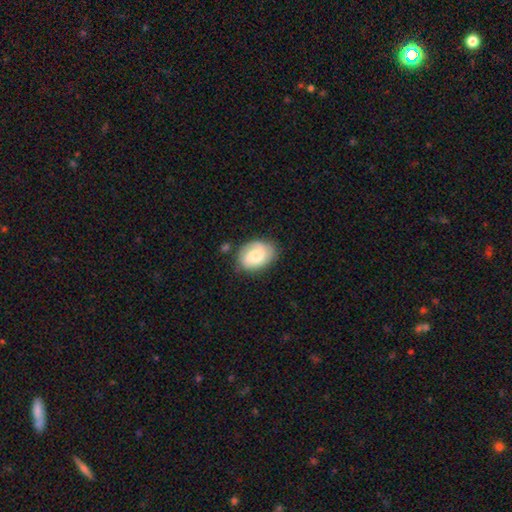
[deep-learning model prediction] Smooth or featured? smooth (52%)
How rounded? in between (74%)
Merging? none (67%)